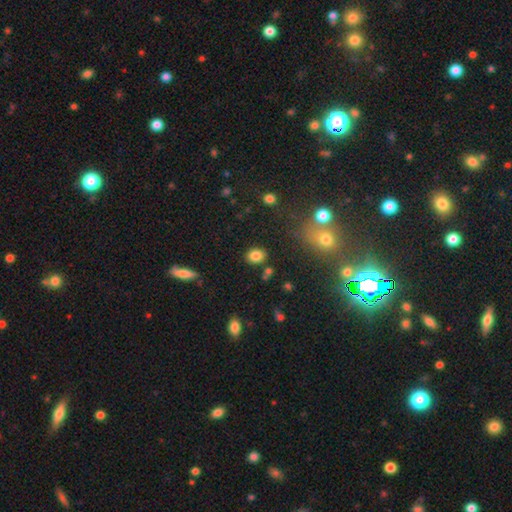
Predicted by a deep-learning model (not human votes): A smooth galaxy with no disk features (83%) that is in between round and cigar-shaped (55%).

Vote fractions:
- Smooth or featured? smooth: 83% / star or artifact: 11% / featured or disk: 6%
- How rounded? in between: 55% / round: 43% / cigar-shaped: 1%
- Merging? none: 82% / minor disturbance: 10% / merger: 5% / major disturbance: 3%